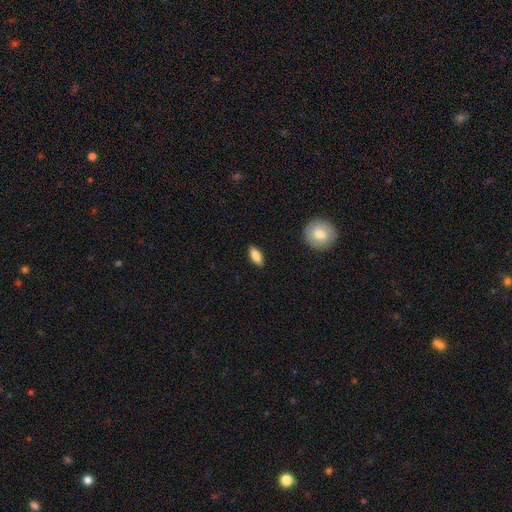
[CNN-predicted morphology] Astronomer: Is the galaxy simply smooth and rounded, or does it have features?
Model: smooth — 85%.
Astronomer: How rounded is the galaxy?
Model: in between — 81%.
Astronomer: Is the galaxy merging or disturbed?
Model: none — 87%.